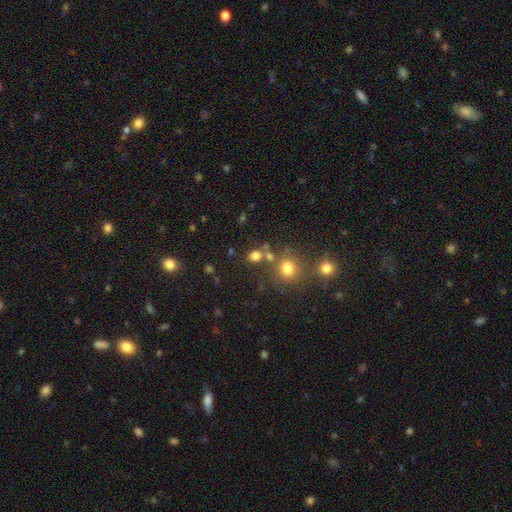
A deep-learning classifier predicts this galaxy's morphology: This is likely a smooth galaxy (75%). How rounded: likely round (61%). Merging: likely none (65%).